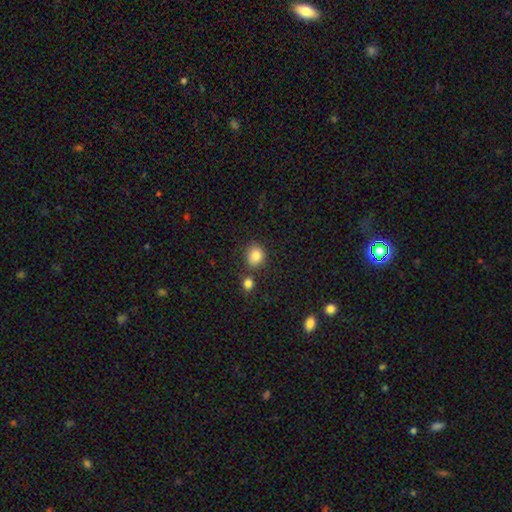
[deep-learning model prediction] Overall: smooth (85%). How rounded: round (69%; in between 30%). Merging: none (73%).